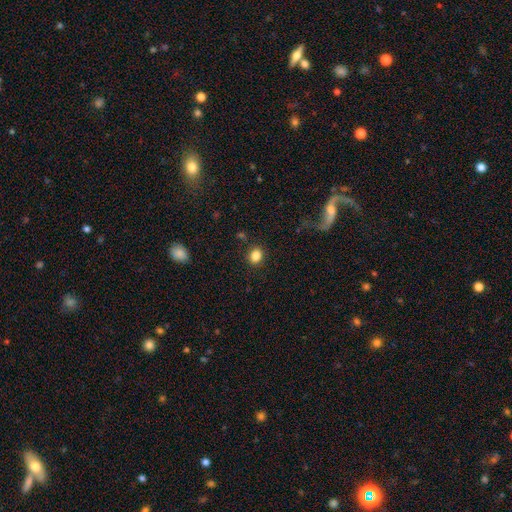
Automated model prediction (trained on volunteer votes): Smooth or featured?
  - smooth: 85% *
  - star or artifact: 10%
  - featured or disk: 5%
How rounded?
  - round: 57% *
  - in between: 42%
  - cigar-shaped: 1%
Merging?
  - none: 87% *
  - minor disturbance: 8%
  - major disturbance: 3%
  - merger: 2%